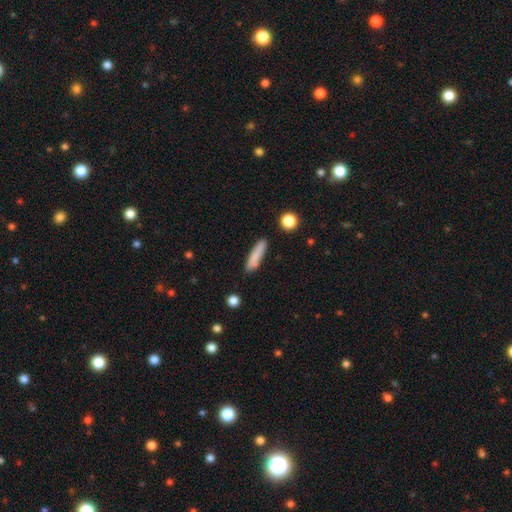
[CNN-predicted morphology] type=smooth (82%); roundness=cigar-shaped (82%); merging=none (82%).